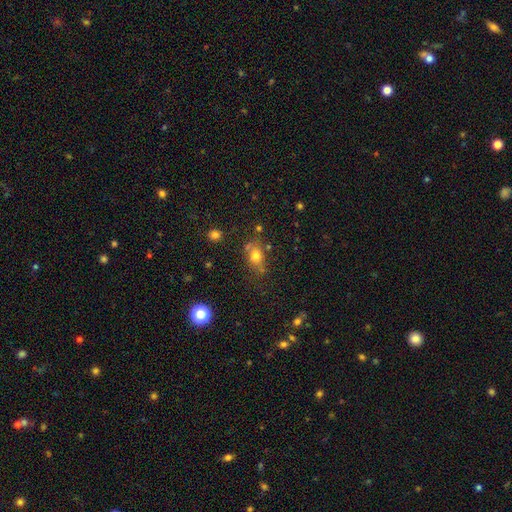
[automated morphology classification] smooth 74%, star or artifact 16%, featured or disk 11%. Down the decision tree: how rounded — in between (51%); merging — none (62%).